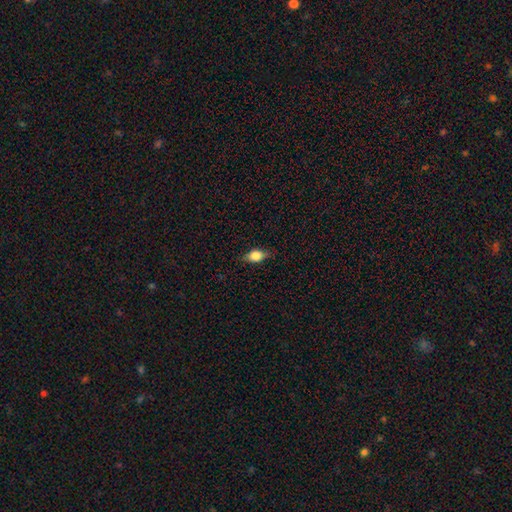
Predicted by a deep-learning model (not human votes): A smooth galaxy with no disk features (77%) that is in between round and cigar-shaped (77%). Merging: none (80%).